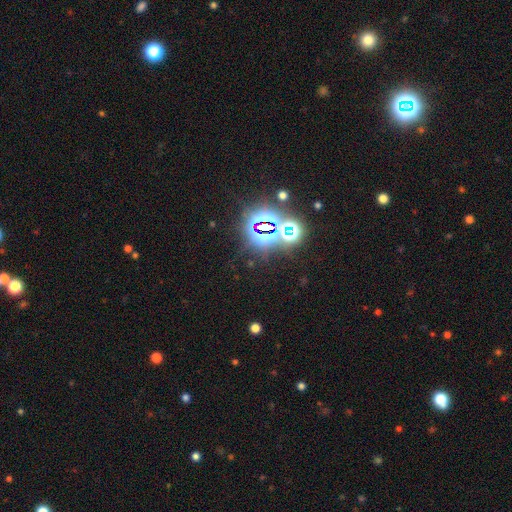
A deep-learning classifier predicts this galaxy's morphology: Q: Smooth or featured?
A: star or artifact (78%); runner-up: smooth (13%)